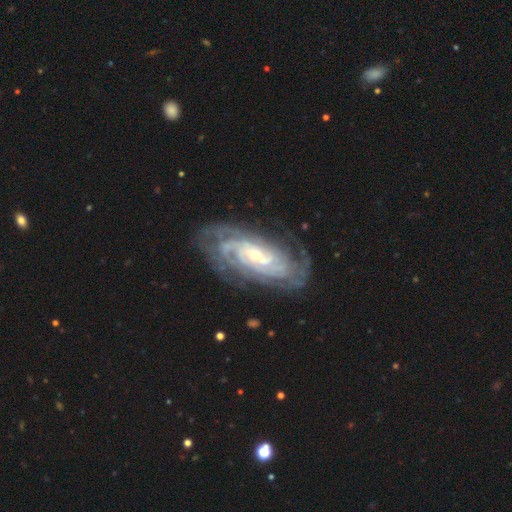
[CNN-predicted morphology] A featured or disk galaxy (89%) with no bar (59%), tight (76%) spiral arms (97%) and a small central bulge (67%). Merging: none (77%).